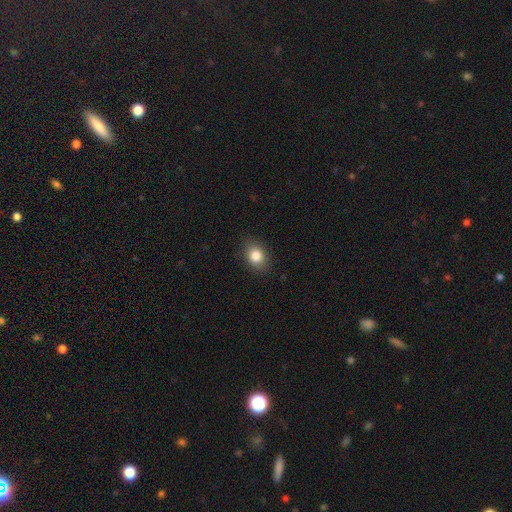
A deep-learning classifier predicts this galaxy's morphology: Smooth or featured?
  - smooth: 83% *
  - star or artifact: 10%
  - featured or disk: 7%
How rounded?
  - in between: 59% *
  - round: 40%
  - cigar-shaped: 1%
Merging?
  - none: 87% *
  - minor disturbance: 10%
  - major disturbance: 3%
  - merger: 1%